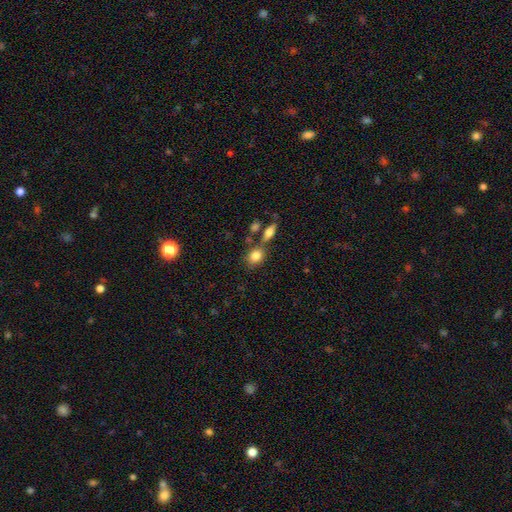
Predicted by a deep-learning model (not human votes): A smooth galaxy with no disk features (83%) that is round (52%). Merging: none (62%).